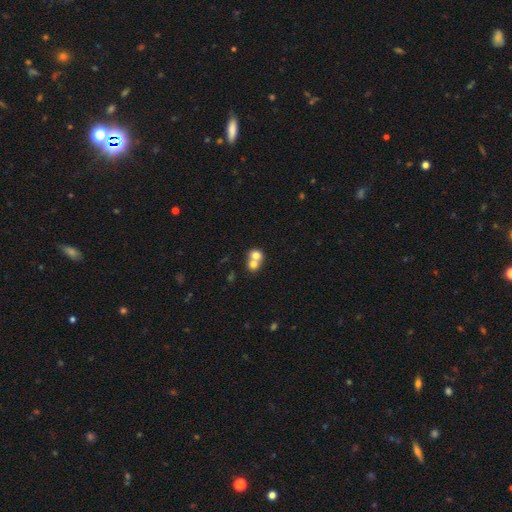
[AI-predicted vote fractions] The model was most divided on "how rounded": round: 71%, in between: 29%, cigar-shaped: 1%. More confident: smooth or featured — smooth (73%); merging — merger (68%).